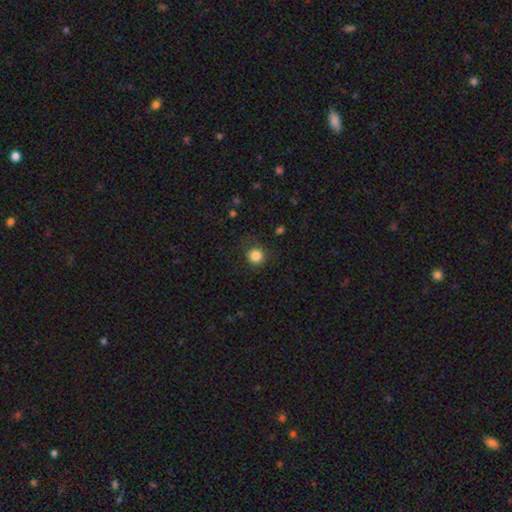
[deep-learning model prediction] smooth 84%, star or artifact 11%, featured or disk 5%. Down the decision tree: how rounded — round (92%); merging — none (84%).